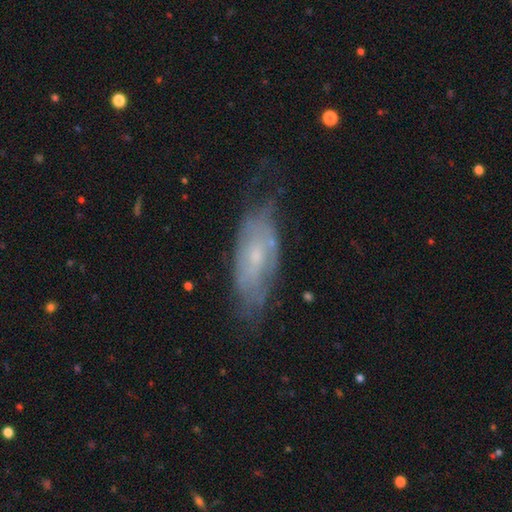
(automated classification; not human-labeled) Smooth or featured? featured or disk (60%)
Edge-on disk? no (84%)
Bar? no (66%)
Spiral arms? yes (66%)
Bulge size? small (61%)
Merging? none (58%)